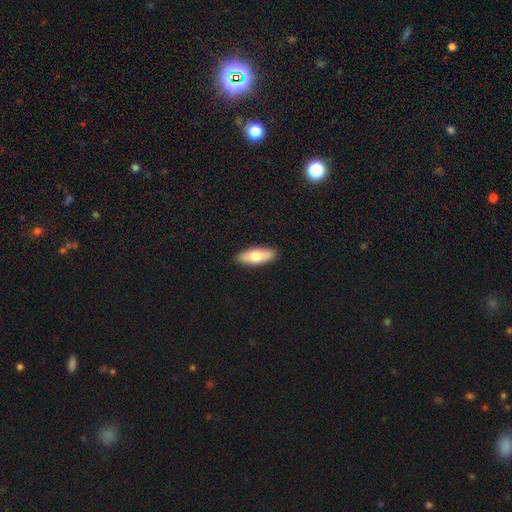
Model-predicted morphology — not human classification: Smooth or featured: smooth — 69% (featured or disk — 26%)
How rounded: in between — 67% (cigar-shaped — 30%)
Merging: none — 90% (minor disturbance — 7%)